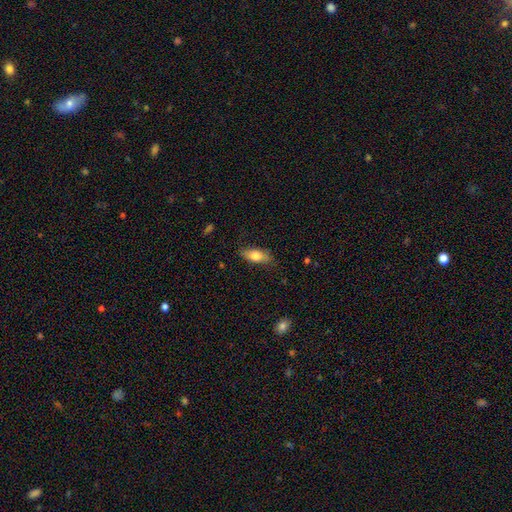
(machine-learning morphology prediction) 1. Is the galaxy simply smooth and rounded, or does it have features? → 75% smooth, 18% featured or disk, 7% star or artifact.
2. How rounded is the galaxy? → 78% in between, 19% cigar-shaped, 3% round.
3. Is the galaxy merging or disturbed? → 80% none, 16% minor disturbance, 3% major disturbance, 1% merger.